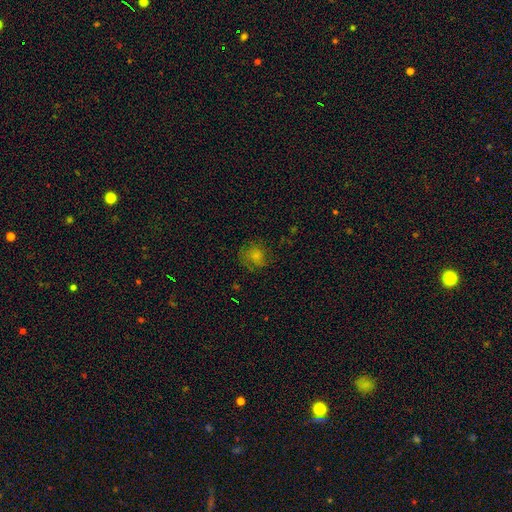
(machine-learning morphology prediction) Smooth or featured? smooth (69%)
How rounded? round (76%)
Merging? none (64%)